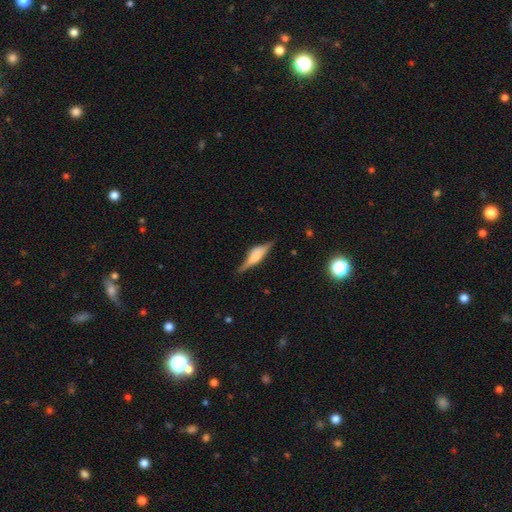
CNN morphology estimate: A featured or disk galaxy (61%) viewed edge-on (94%) with a rounded central bulge (57%).

Vote fractions:
- Smooth or featured? featured or disk: 61% / smooth: 32% / star or artifact: 7%
- Edge-on disk? yes: 94% / no: 6%
- Edge-on bulge? rounded: 57% / boxy: 37% / none: 5%
- Merging? none: 74% / minor disturbance: 19% / major disturbance: 6% / merger: 2%